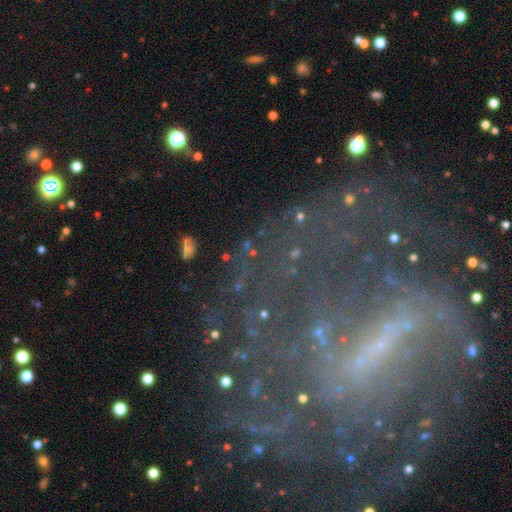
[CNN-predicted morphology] The model was most divided on "spiral winding": medium: 36%, loose: 35%, tight: 29%. Remaining: edge-on disk — no (94%); smooth or featured — featured or disk (75%); spiral arms — yes (72%); merging — none (57%); bar — strong (56%); bulge size — small (45%); spiral arm count — 2 (41%).